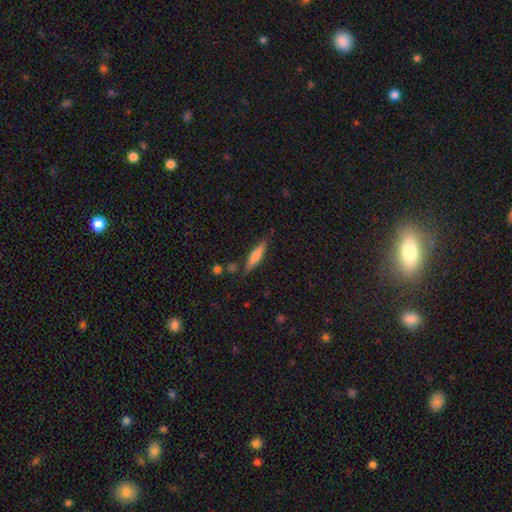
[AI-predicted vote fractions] smooth 68%, featured or disk 26%, star or artifact 7%. Down the decision tree: how rounded — cigar-shaped (80%); merging — none (81%).